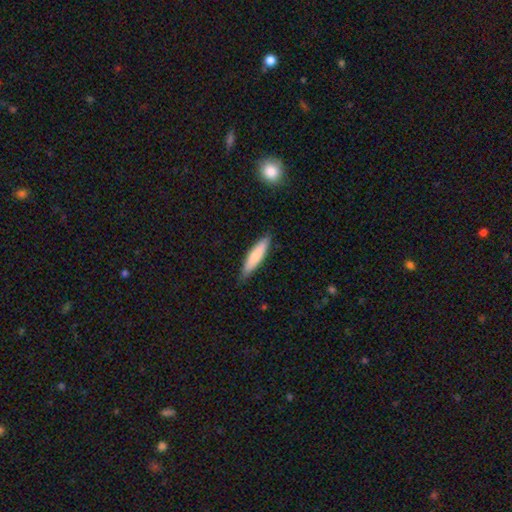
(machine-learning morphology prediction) The model was most divided on "smooth or featured": smooth: 77%, featured or disk: 18%, star or artifact: 5%. More confident: merging — none (85%); how rounded — cigar-shaped (79%).